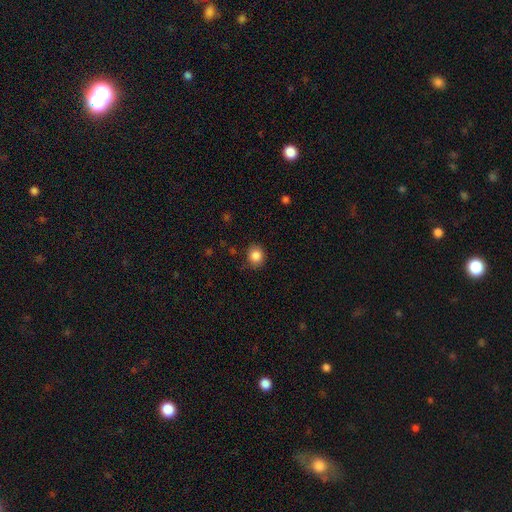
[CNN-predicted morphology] type=smooth (86%); roundness=round (76%); merging=none (85%).